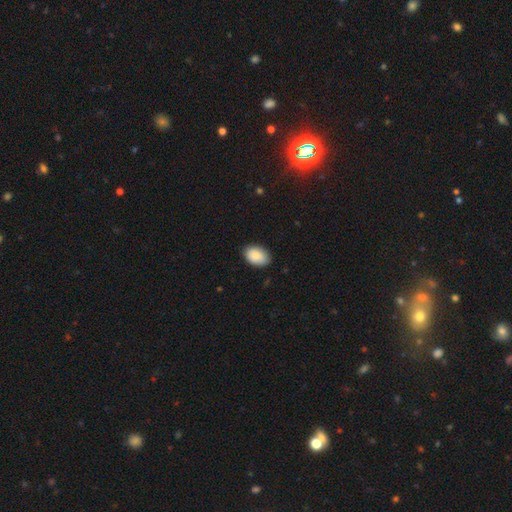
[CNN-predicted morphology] Smooth or featured: smooth — 89% (star or artifact — 6%)
How rounded: in between — 89% (round — 10%)
Merging: none — 84% (minor disturbance — 13%)